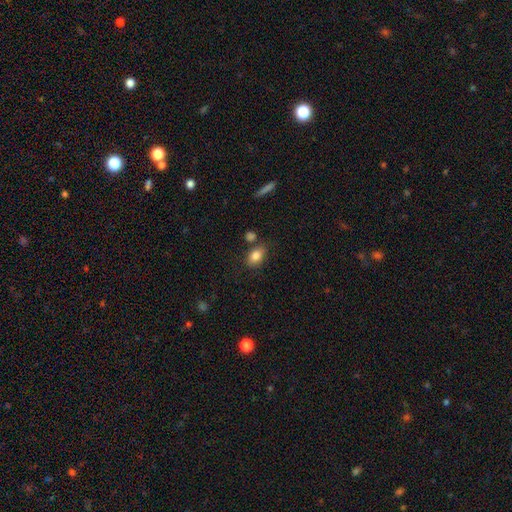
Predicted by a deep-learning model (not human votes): A smooth galaxy with no disk features (84%) that is in between round and cigar-shaped (81%). Merging: none (71%).